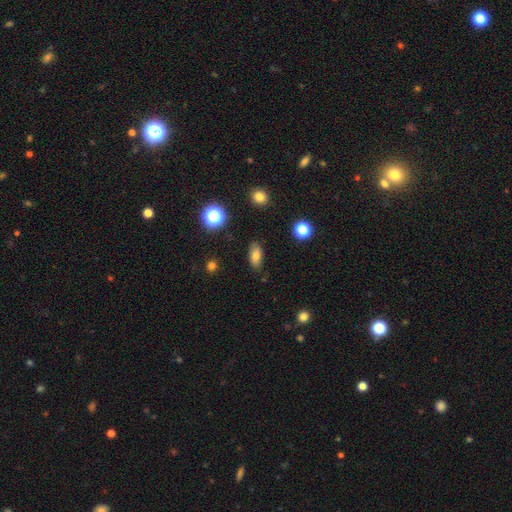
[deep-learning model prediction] This is likely a smooth galaxy (76%). How rounded: clearly in between (83%). Merging: clearly none (85%).